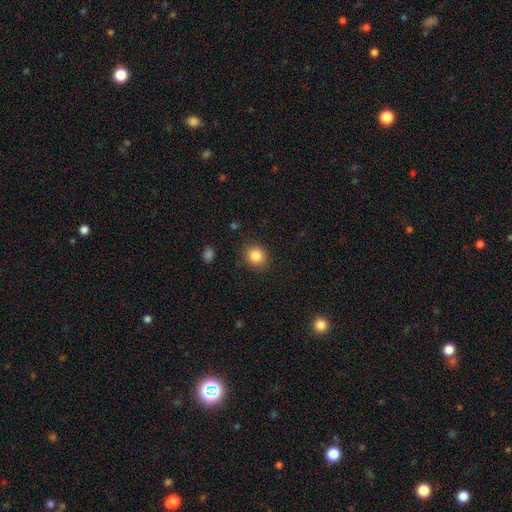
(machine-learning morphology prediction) Q: Smooth or featured?
A: smooth (85%); runner-up: star or artifact (10%)
Q: How rounded?
A: round (78%); runner-up: in between (21%)
Q: Merging?
A: none (88%); runner-up: minor disturbance (8%)